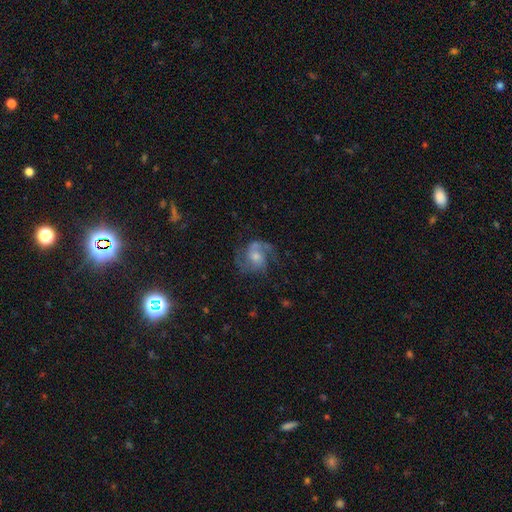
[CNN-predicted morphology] type=featured or disk (81%); edge-on=no (98%); bar=no (65%); spiral arms=yes (95%); winding=medium (53%); arm count=2 (64%); bulge=moderate (48%); merging=none (65%).